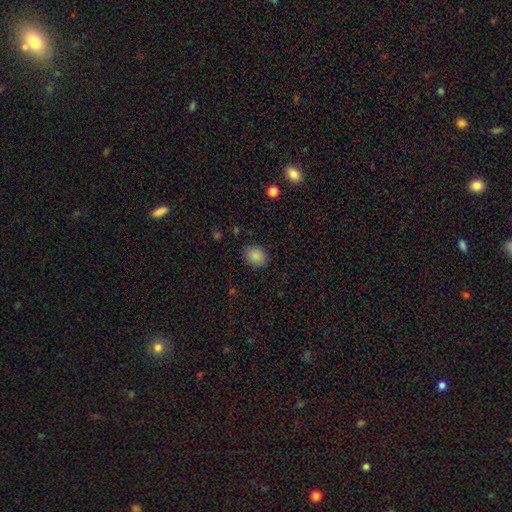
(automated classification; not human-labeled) Overall: smooth (86%). How rounded: round (56%; in between 44%). Merging: none (87%).